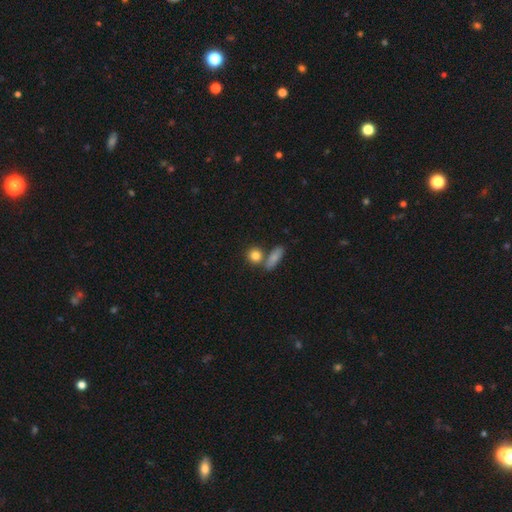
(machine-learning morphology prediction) smooth_or_featured: smooth (p=0.82) [alt: star or artifact p=0.09]
how_rounded: round (p=0.74) [alt: in between p=0.22]
merging: none (p=0.60) [alt: merger p=0.27]